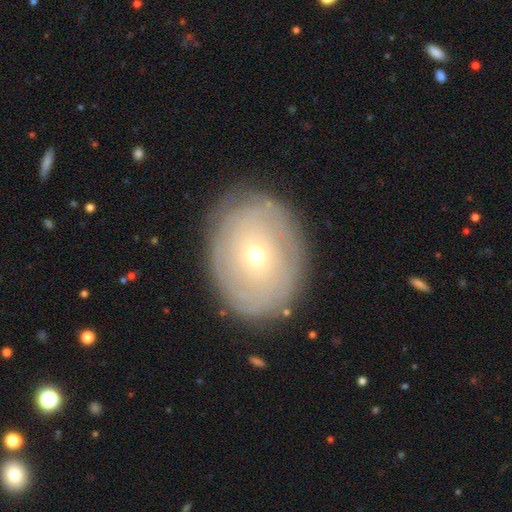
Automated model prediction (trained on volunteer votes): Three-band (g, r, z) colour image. It shows a featured or disk galaxy (54%) with no bar (82%), spiral arms (56%) and a small central bulge (75%). Merging: none (83%).